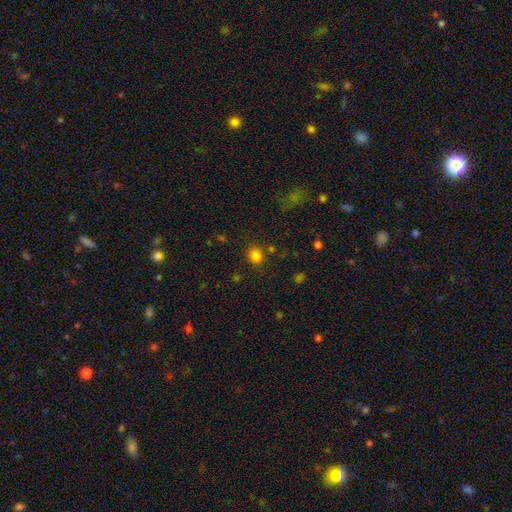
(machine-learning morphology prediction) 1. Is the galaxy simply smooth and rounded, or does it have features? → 81% smooth, 14% star or artifact, 5% featured or disk.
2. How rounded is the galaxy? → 76% round, 23% in between, 1% cigar-shaped.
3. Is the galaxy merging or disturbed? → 82% none, 9% minor disturbance, 5% merger, 4% major disturbance.